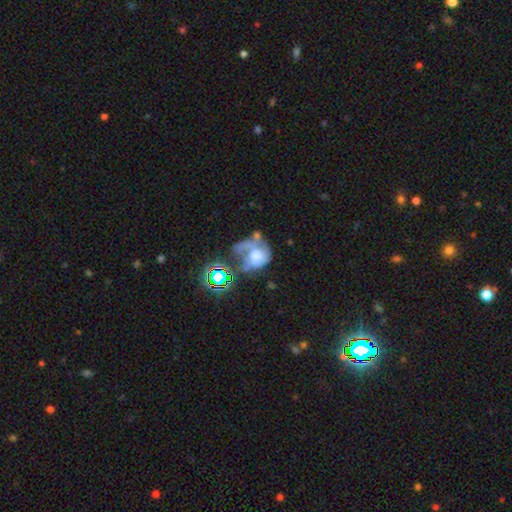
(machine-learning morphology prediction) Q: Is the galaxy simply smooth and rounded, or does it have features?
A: featured or disk — 53%.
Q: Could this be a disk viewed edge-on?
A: no — 97%.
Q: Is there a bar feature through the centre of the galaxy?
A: no — 79%.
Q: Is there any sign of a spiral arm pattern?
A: yes — 54%.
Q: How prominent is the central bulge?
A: moderate — 43%.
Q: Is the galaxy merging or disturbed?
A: major disturbance — 40%.